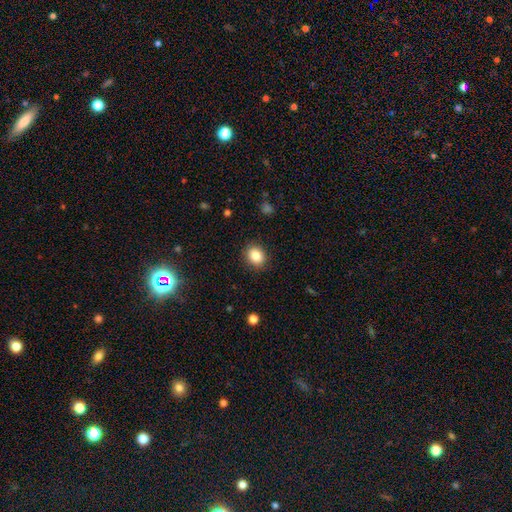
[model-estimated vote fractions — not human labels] The model was most divided on "how rounded": round: 52%, in between: 47%, cigar-shaped: 1%. More confident: merging — none (89%); smooth or featured — smooth (85%).